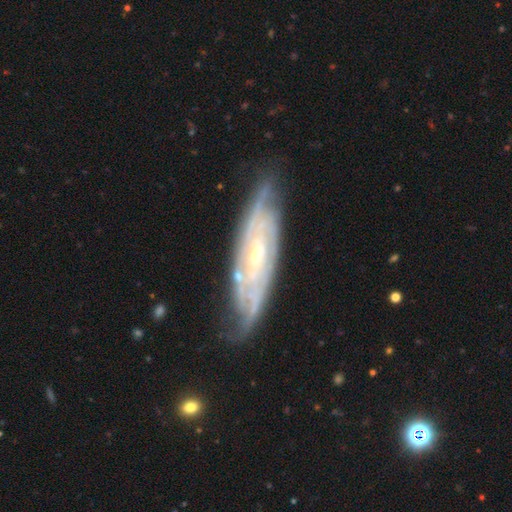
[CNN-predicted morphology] featured or disk 87%, smooth 8%, star or artifact 5%. Down the decision tree: edge-on disk — no (83%); bar — no (46%); spiral arms — yes (96%); spiral arm count — can't tell (38%); spiral winding — tight (72%); bulge size — small (69%); merging — none (73%).